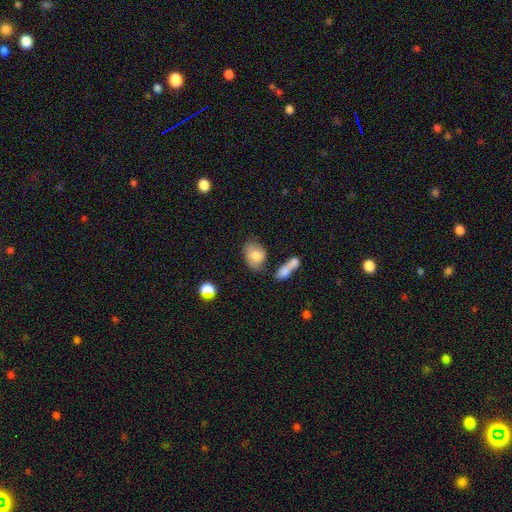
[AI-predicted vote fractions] smooth-or-featured: smooth: 75% | featured or disk: 18% | star or artifact: 7%
  how-rounded: in between: 77% | round: 22% | cigar-shaped: 2%
  merging: none: 57% | minor disturbance: 20% | merger: 16% | major disturbance: 7%